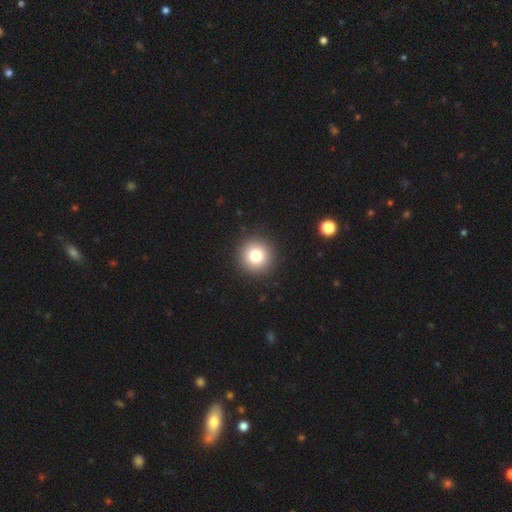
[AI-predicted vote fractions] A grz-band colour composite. It shows a smooth galaxy with no disk features (80%) that is round (95%). Merging: none (92%).